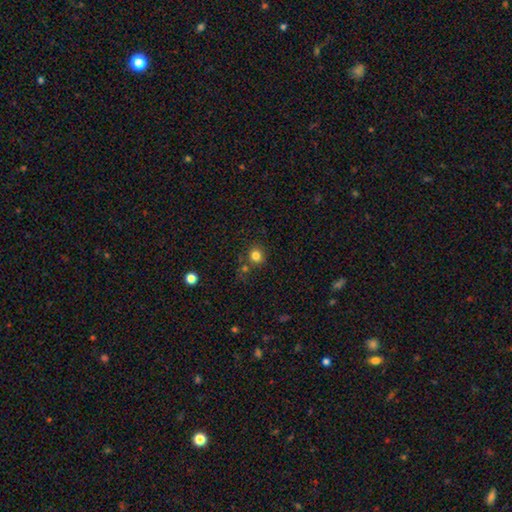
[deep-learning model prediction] A smooth galaxy with no disk features (81%) that is round (86%). Merging: none (75%).